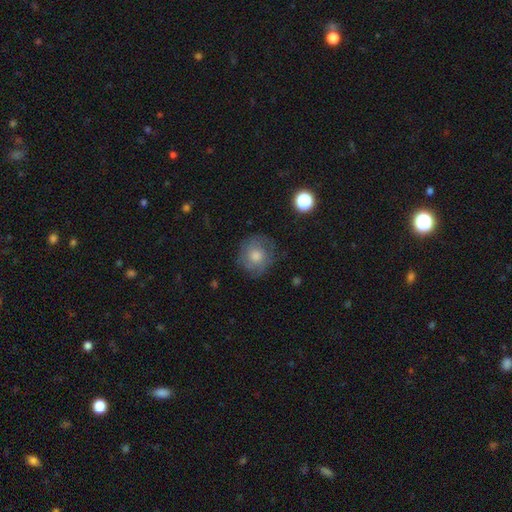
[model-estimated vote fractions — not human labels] smooth_or_featured: smooth (p=0.48) [alt: featured or disk p=0.39]
merging: none (p=0.78) [alt: minor disturbance p=0.15]